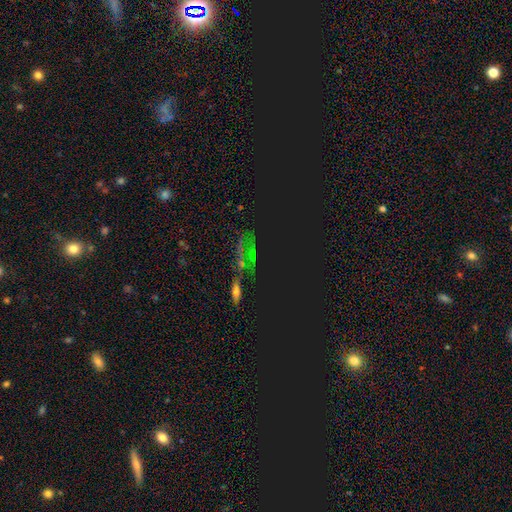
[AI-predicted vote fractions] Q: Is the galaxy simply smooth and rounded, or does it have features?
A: star or artifact — 67%.